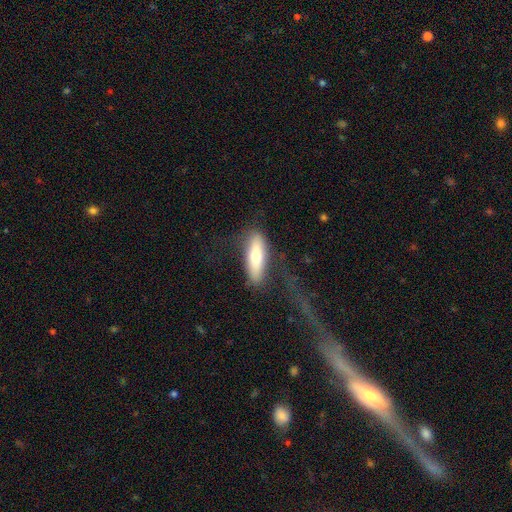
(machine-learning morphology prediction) A smooth galaxy with no disk features (67%) that is cigar-shaped (54%).

Vote fractions:
- Smooth or featured? smooth: 67% / featured or disk: 27% / star or artifact: 6%
- How rounded? cigar-shaped: 54% / in between: 44% / round: 2%
- Merging? none: 56% / major disturbance: 21% / minor disturbance: 20% / merger: 2%